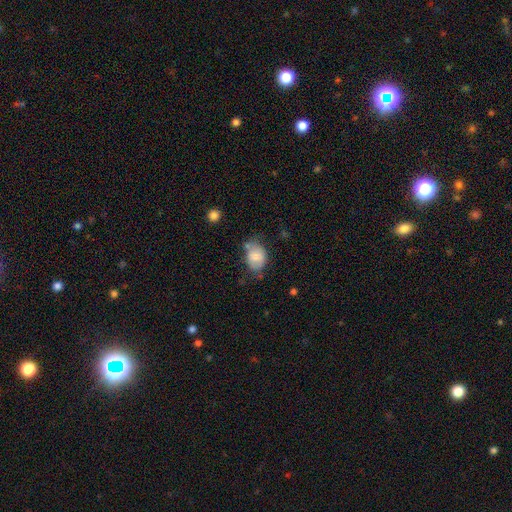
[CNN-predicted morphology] smooth-or-featured: smooth: 77% | featured or disk: 15% | star or artifact: 8%
  how-rounded: in between: 71% | round: 28% | cigar-shaped: 1%
  merging: none: 52% | minor disturbance: 30% | major disturbance: 9% | merger: 9%